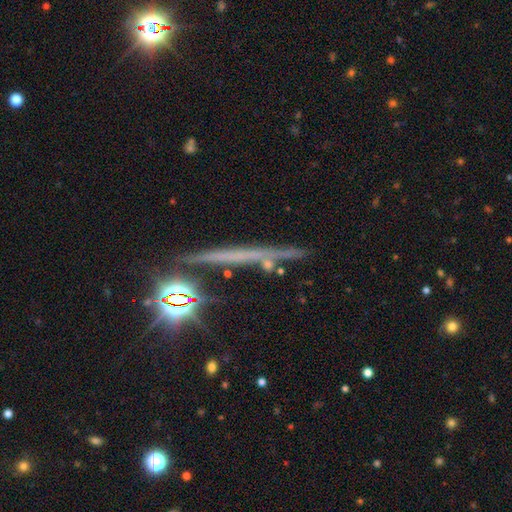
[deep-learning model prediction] The model was most divided on "smooth or featured": featured or disk: 41%, smooth: 32%, star or artifact: 27%. More confident: merging — none (78%).